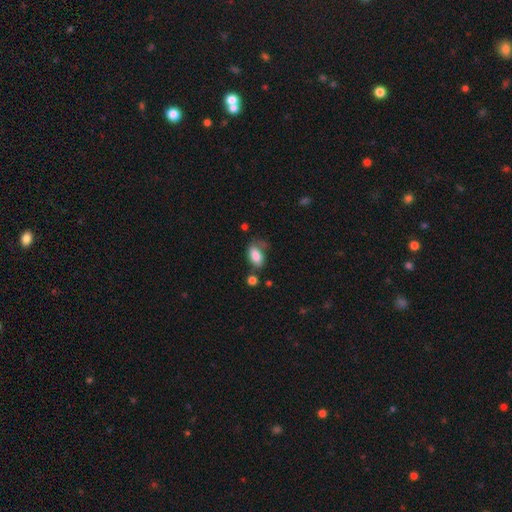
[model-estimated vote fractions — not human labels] Morphology: type=smooth (83%); roundness=in between (91%); merging=none (47%).